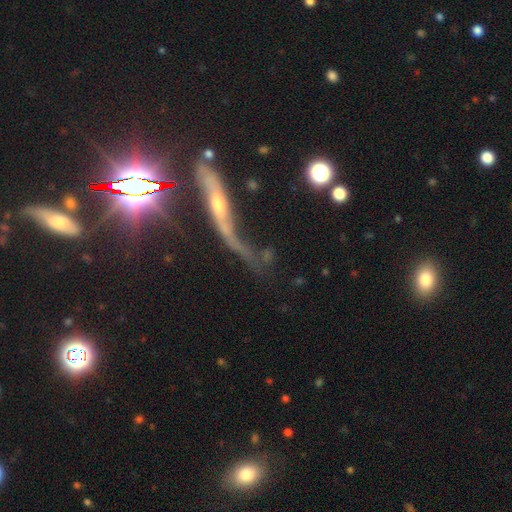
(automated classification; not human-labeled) Smooth or featured?
  - featured or disk: 62% *
  - star or artifact: 20%
  - smooth: 18%
Edge-on disk?
  - no: 53% *
  - yes: 47%
Merging?
  - major disturbance: 36% *
  - none: 33%
  - minor disturbance: 19%
  - merger: 12%